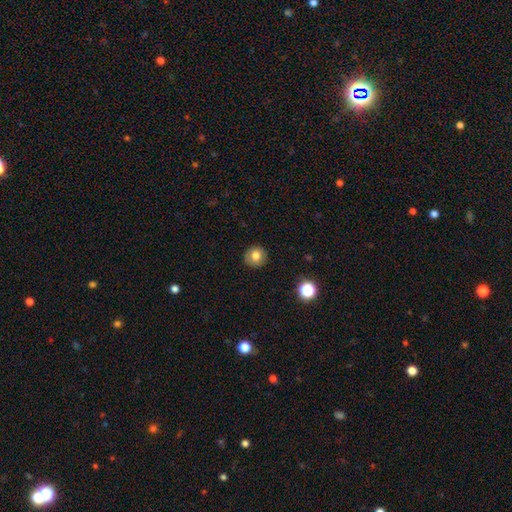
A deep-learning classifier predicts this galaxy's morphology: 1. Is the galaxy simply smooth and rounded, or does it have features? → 78% smooth, 11% star or artifact, 11% featured or disk.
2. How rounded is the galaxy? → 93% round, 6% in between, 1% cigar-shaped.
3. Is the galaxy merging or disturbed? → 90% none, 7% minor disturbance, 2% major disturbance, 1% merger.